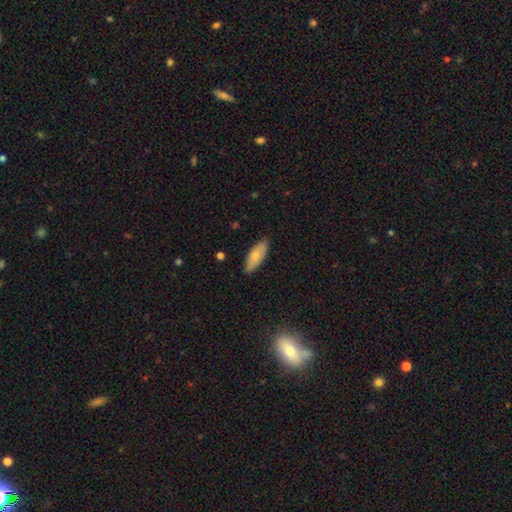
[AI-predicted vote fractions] A smooth galaxy with no disk features (77%) that is in between round and cigar-shaped (76%). Merging: none (84%).